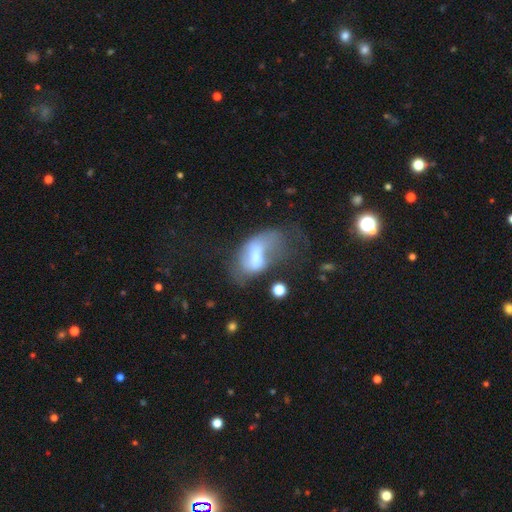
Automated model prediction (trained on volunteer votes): Smooth or featured? Predicted: smooth (p=0.46). Merging? Predicted: major disturbance (p=0.53).